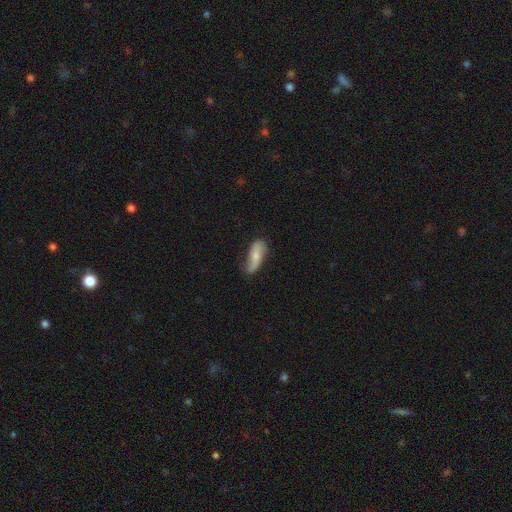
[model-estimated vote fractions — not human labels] Smooth or featured: featured or disk — 47% (tied with smooth — 47%)
Merging: none — 58% (minor disturbance — 30%)